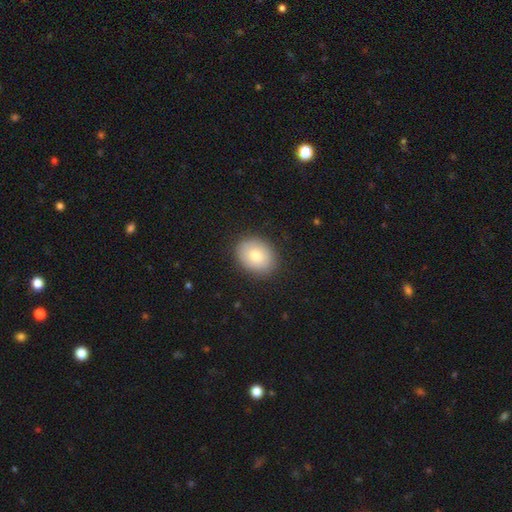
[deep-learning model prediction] smooth 80%, featured or disk 13%, star or artifact 7%. Down the decision tree: how rounded — in between (53%); merging — none (87%).